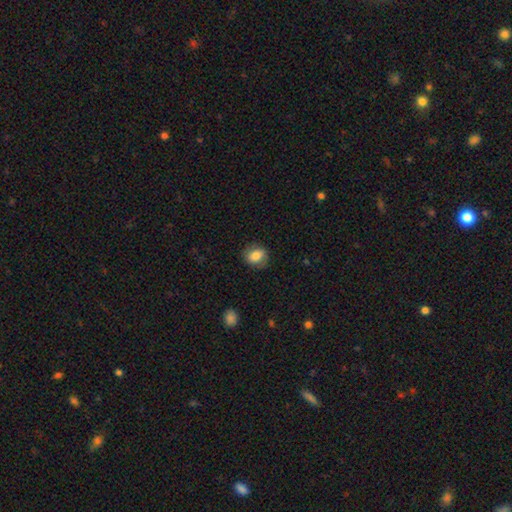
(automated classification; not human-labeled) Q: Smooth or featured?
A: smooth (76%); runner-up: featured or disk (15%)
Q: How rounded?
A: round (55%); runner-up: in between (44%)
Q: Merging?
A: none (79%); runner-up: minor disturbance (15%)